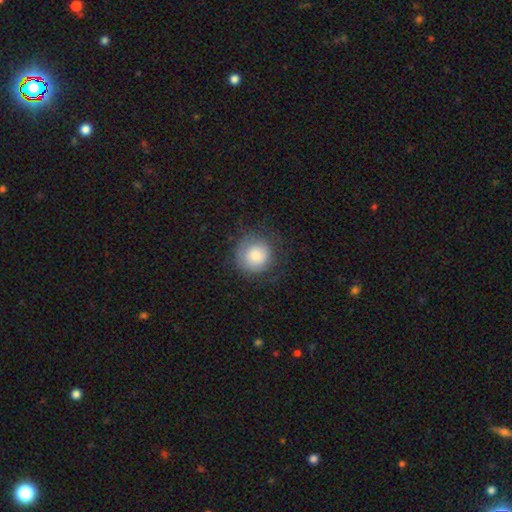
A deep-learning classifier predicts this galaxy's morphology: type=smooth (79%); roundness=round (92%); merging=none (70%).